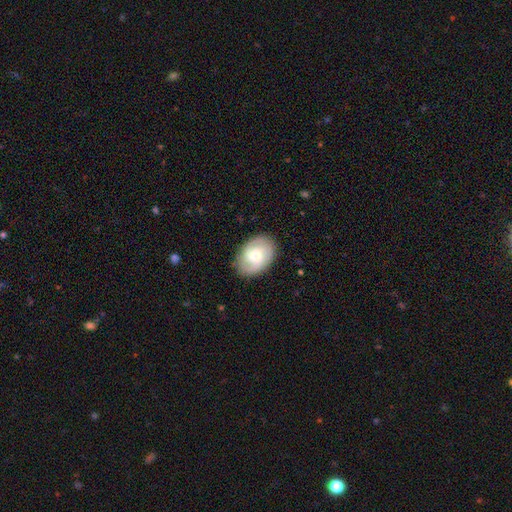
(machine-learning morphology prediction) Smooth or featured?
  - featured or disk: 59% *
  - smooth: 34%
  - star or artifact: 6%
Edge-on disk?
  - no: 96% *
  - yes: 4%
Bar?
  - no: 54% *
  - weak: 39%
  - strong: 7%
Spiral arms?
  - yes: 86% *
  - no: 14%
Bulge size?
  - moderate: 57% *
  - small: 35%
  - large: 5%
  - none: 1%
  - dominant: 1%
Merging?
  - none: 83% *
  - minor disturbance: 12%
  - major disturbance: 3%
  - merger: 1%